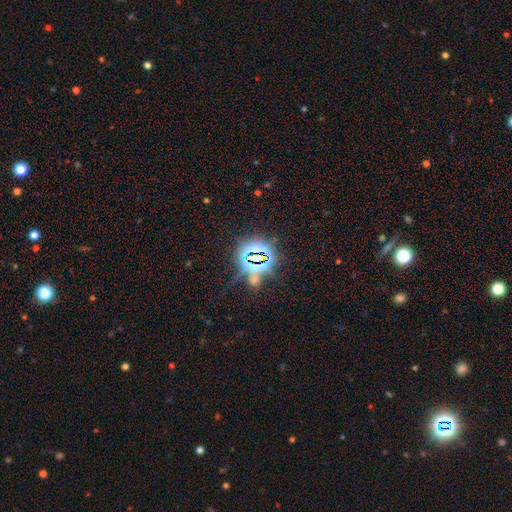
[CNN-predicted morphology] Smooth or featured?
  - star or artifact: 81% *
  - smooth: 11%
  - featured or disk: 9%